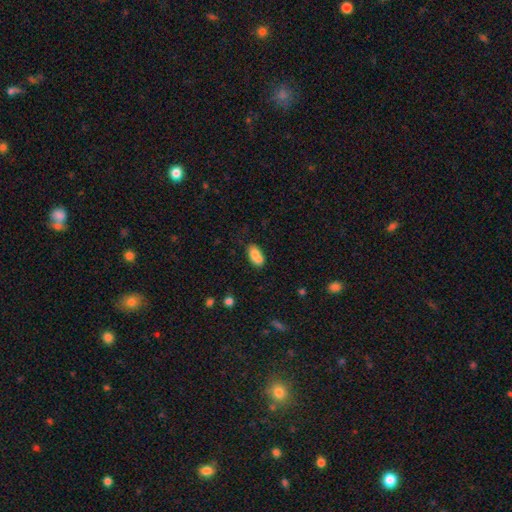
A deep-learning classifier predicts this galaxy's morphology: smooth_or_featured: smooth (p=0.83) [alt: featured or disk p=0.10]
how_rounded: in between (p=0.90) [alt: cigar-shaped p=0.06]
merging: none (p=0.62) [alt: minor disturbance p=0.20]